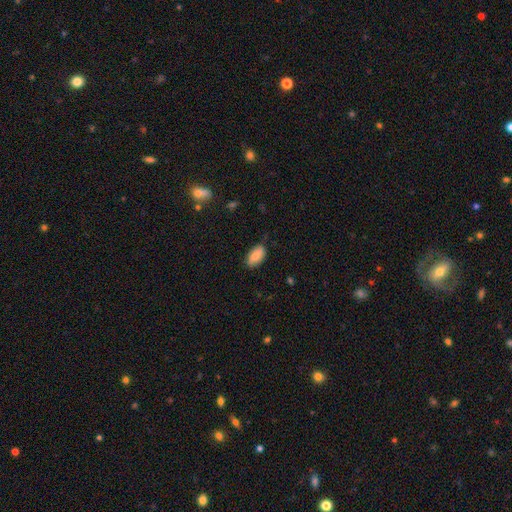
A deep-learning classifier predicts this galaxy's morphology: Smooth or featured: smooth — 82% (featured or disk — 11%)
How rounded: in between — 94% (round — 4%)
Merging: none — 80% (minor disturbance — 16%)